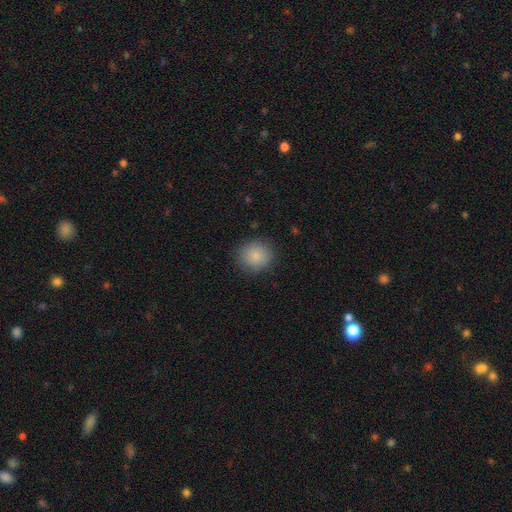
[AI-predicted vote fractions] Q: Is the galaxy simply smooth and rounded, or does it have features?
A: smooth — 87%.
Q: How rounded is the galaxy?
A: round — 84%.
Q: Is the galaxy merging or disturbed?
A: none — 88%.